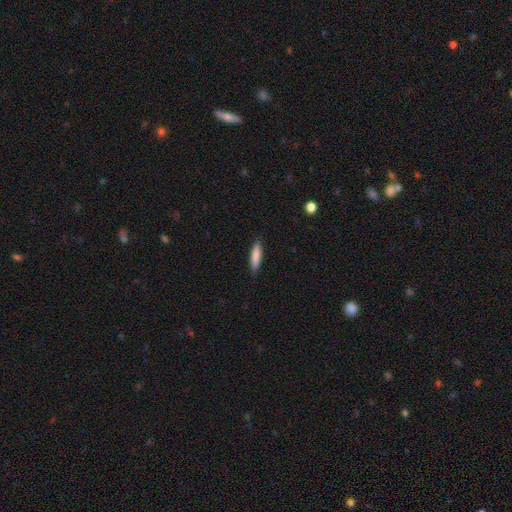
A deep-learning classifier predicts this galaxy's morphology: A smooth galaxy with no disk features (82%) that is cigar-shaped (76%).

Vote fractions:
- Smooth or featured? smooth: 82% / featured or disk: 12% / star or artifact: 6%
- How rounded? cigar-shaped: 76% / in between: 23% / round: 1%
- Merging? none: 87% / minor disturbance: 10% / major disturbance: 2% / merger: 1%